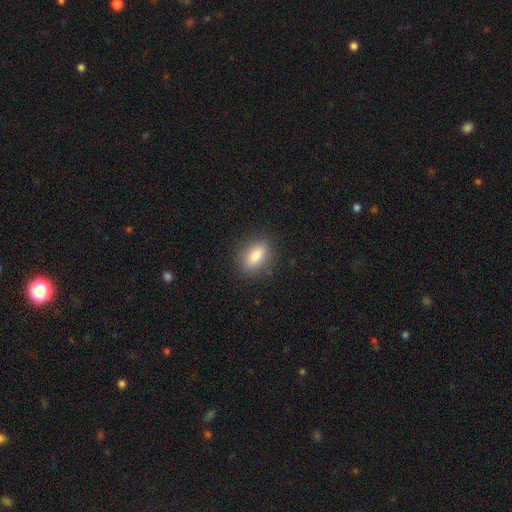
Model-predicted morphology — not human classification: Smooth or featured?
  - smooth: 83% *
  - featured or disk: 9%
  - star or artifact: 8%
How rounded?
  - in between: 78% *
  - cigar-shaped: 12%
  - round: 10%
Merging?
  - none: 85% *
  - minor disturbance: 11%
  - major disturbance: 3%
  - merger: 1%